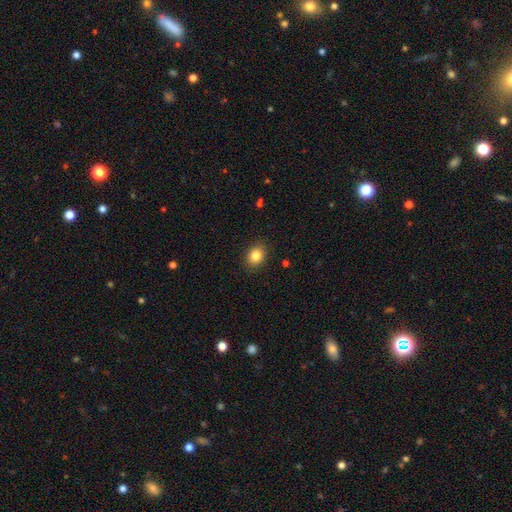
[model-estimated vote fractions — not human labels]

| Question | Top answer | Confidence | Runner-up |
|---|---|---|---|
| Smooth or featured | smooth | 84% | star or artifact (10%) |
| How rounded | round | 51% | in between (48%) |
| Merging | none | 89% | minor disturbance (8%) |